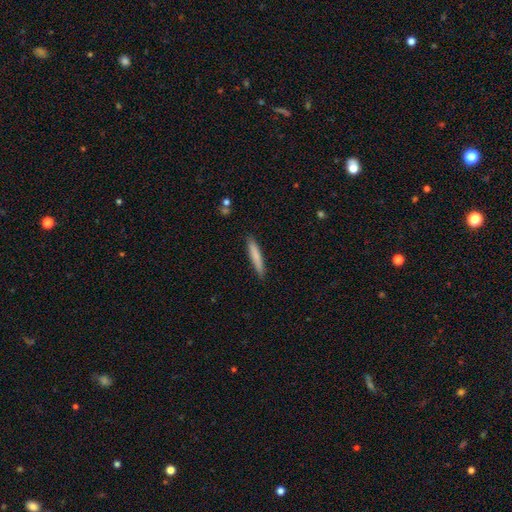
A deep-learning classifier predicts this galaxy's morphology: smooth_or_featured: smooth (p=0.78) [alt: featured or disk p=0.16]
how_rounded: cigar-shaped (p=0.93) [alt: in between p=0.06]
merging: none (p=0.87) [alt: minor disturbance p=0.10]